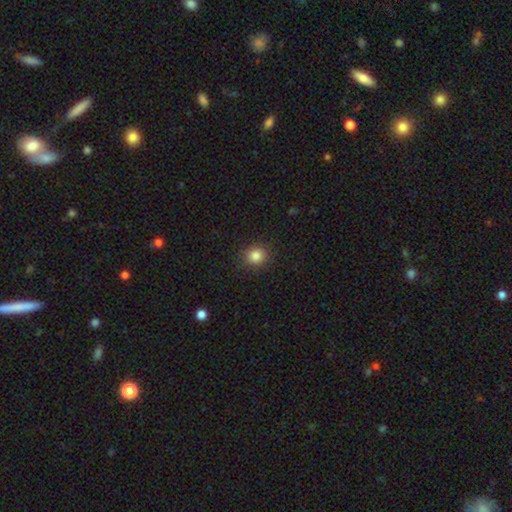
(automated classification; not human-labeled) Smooth or featured? Predicted: smooth (p=0.84). How rounded? Predicted: round (p=0.82). Merging? Predicted: none (p=0.90).